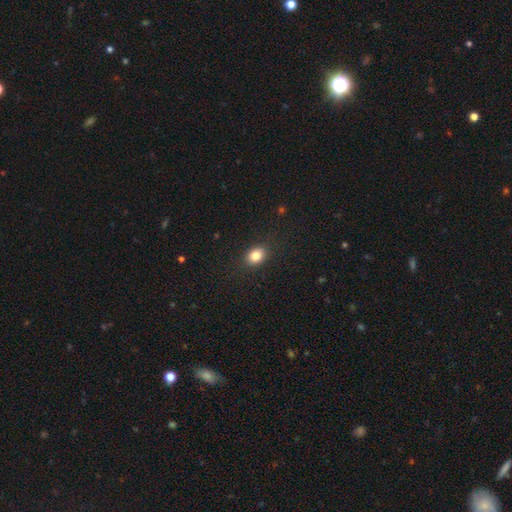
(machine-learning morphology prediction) Smooth or featured? smooth (84%)
How rounded? in between (58%)
Merging? none (88%)